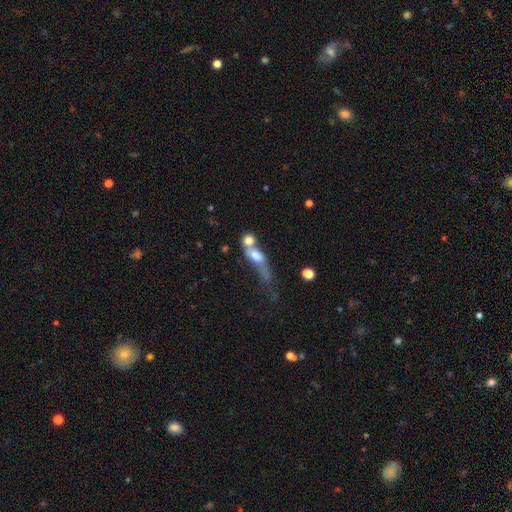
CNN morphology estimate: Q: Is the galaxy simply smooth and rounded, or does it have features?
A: smooth — 62%.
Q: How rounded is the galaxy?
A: in between — 53%.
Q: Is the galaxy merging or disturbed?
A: merger — 61%.